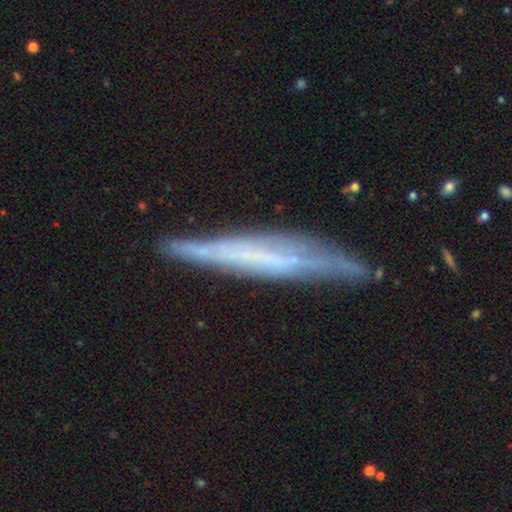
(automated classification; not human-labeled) This appears to be a featured or disk galaxy (67%) viewed edge-on (88%) with no central bulge (72%). Merging: none (74%).